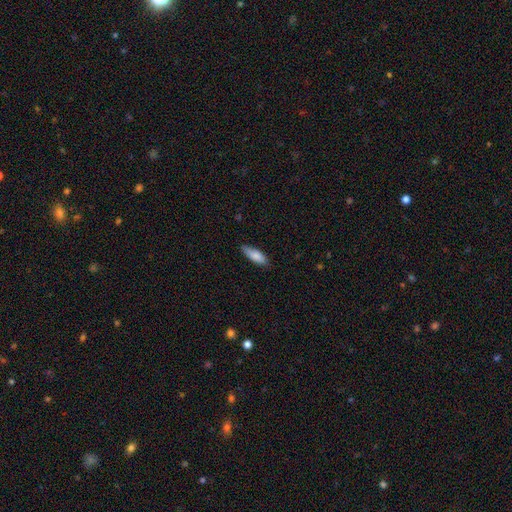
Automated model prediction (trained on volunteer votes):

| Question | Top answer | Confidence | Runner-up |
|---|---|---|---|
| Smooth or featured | smooth | 83% | featured or disk (11%) |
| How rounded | in between | 57% | cigar-shaped (41%) |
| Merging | none | 78% | minor disturbance (18%) |